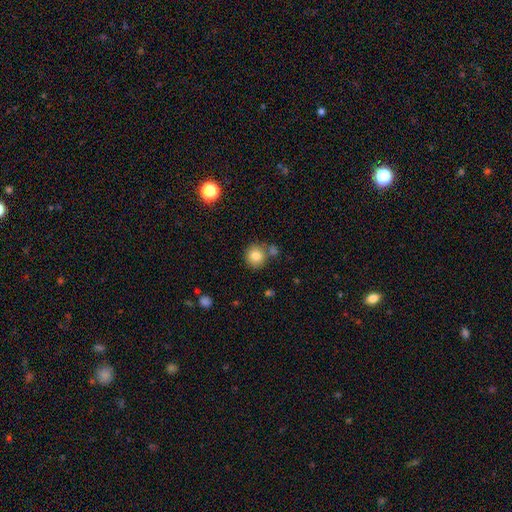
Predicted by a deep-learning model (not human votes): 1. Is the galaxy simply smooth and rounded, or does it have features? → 82% smooth, 10% star or artifact, 8% featured or disk.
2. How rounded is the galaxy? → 90% round, 9% in between, 1% cigar-shaped.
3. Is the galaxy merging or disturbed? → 70% none, 16% merger, 11% minor disturbance, 3% major disturbance.